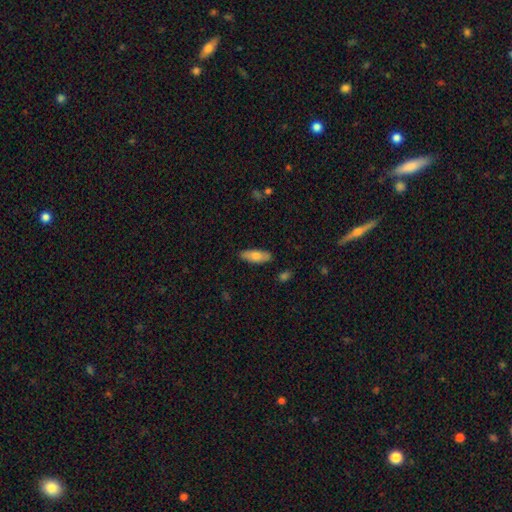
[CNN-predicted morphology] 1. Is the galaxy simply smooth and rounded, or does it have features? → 72% smooth, 22% featured or disk, 6% star or artifact.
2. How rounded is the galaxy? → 63% in between, 35% cigar-shaped, 2% round.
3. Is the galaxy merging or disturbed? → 86% none, 11% minor disturbance, 2% major disturbance, 2% merger.